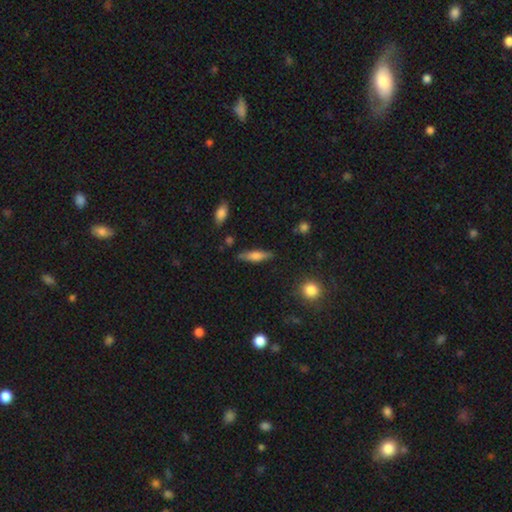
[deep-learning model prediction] A smooth galaxy with no disk features (58%) that is cigar-shaped (67%). Merging: none (83%).